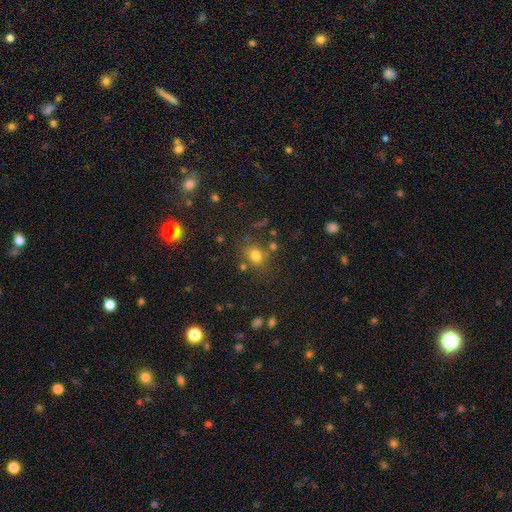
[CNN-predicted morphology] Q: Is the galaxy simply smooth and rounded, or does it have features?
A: smooth — 73%.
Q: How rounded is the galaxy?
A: round — 65%.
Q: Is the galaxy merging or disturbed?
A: none — 72%.